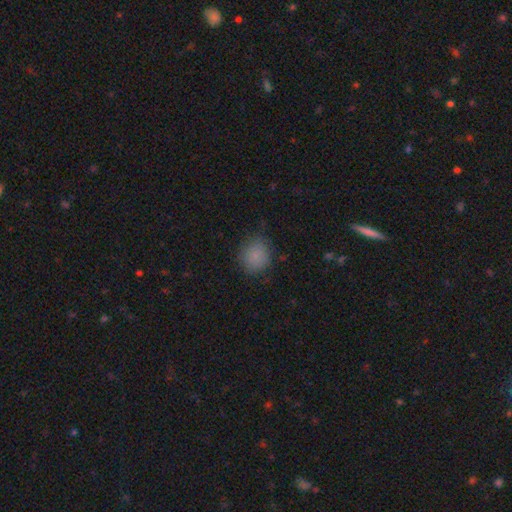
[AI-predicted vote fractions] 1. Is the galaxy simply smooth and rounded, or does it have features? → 84% smooth, 10% star or artifact, 6% featured or disk.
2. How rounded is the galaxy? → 79% round, 20% in between, 1% cigar-shaped.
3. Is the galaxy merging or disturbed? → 77% none, 17% minor disturbance, 4% major disturbance, 1% merger.